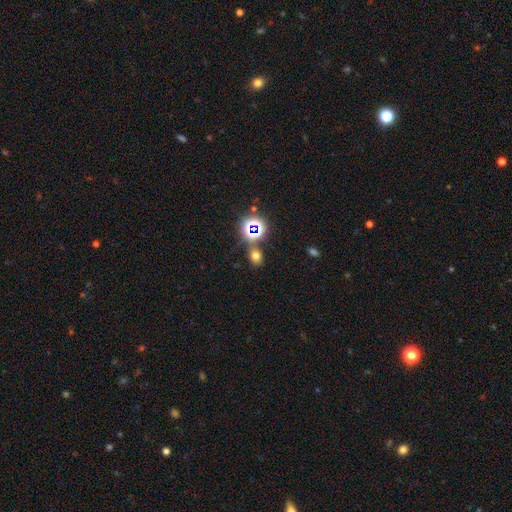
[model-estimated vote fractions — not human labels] smooth 61%, star or artifact 30%, featured or disk 9%. Down the decision tree: how rounded — in between (55%); merging — none (75%).